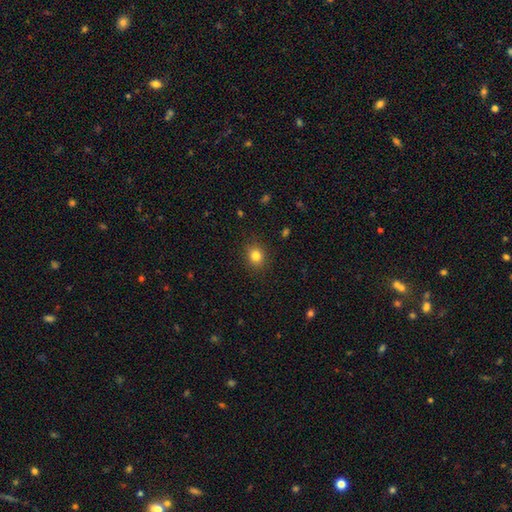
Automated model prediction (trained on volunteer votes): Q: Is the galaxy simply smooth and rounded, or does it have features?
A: smooth — 82%.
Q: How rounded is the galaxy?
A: round — 74%.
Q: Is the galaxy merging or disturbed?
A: none — 89%.